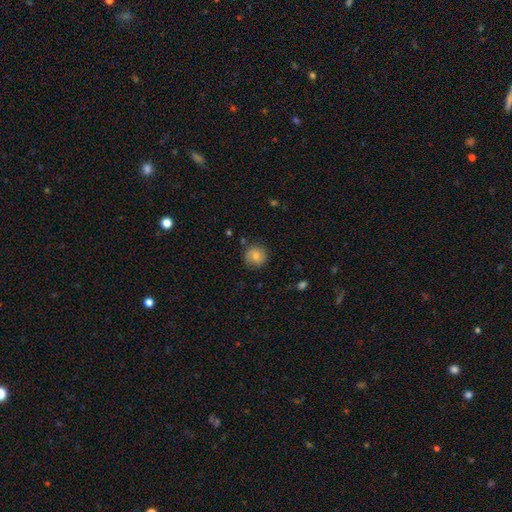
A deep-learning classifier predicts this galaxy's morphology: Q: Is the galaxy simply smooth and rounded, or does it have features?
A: smooth — 74%.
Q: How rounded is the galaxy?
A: round — 89%.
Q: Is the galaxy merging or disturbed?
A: none — 80%.